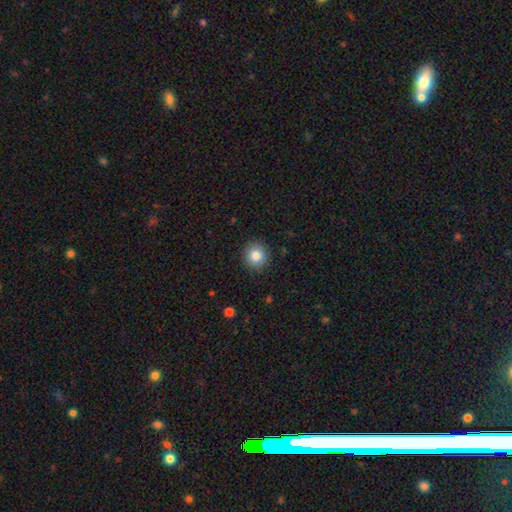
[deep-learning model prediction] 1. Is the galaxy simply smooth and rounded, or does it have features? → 83% smooth, 10% star or artifact, 7% featured or disk.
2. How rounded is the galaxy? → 91% round, 8% in between, 1% cigar-shaped.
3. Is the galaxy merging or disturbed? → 91% none, 6% minor disturbance, 2% major disturbance, 1% merger.